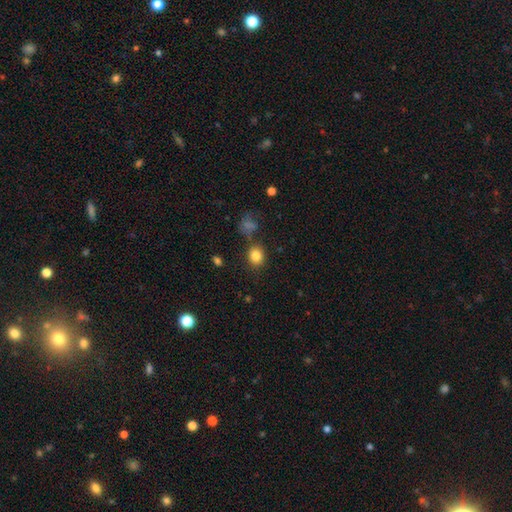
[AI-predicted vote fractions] Smooth or featured: smooth — 85% (star or artifact — 10%)
How rounded: round — 64% (in between — 35%)
Merging: none — 79% (minor disturbance — 11%)